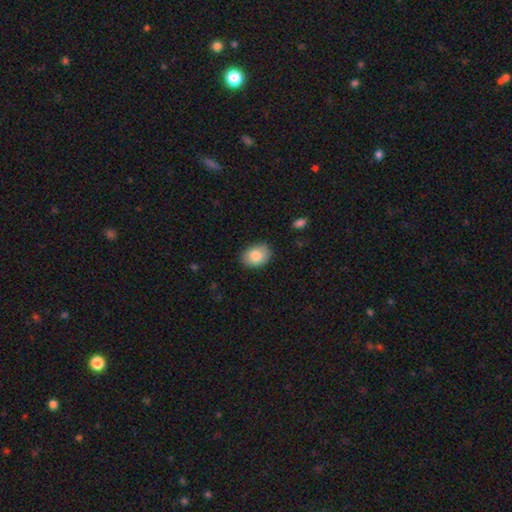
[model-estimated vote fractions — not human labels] smooth-or-featured: smooth: 81% | featured or disk: 12% | star or artifact: 7%
  how-rounded: in between: 67% | round: 32% | cigar-shaped: 1%
  merging: none: 82% | minor disturbance: 14% | major disturbance: 3% | merger: 1%